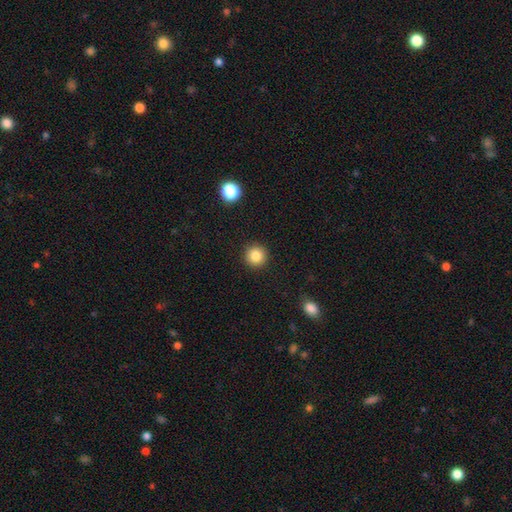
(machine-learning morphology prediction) A smooth galaxy with no disk features (84%) that is round (95%). Merging: none (92%).